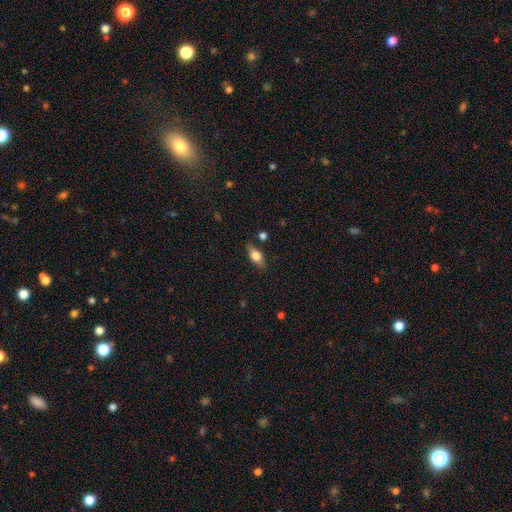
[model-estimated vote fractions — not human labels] The model was most divided on "smooth or featured": smooth: 65%, featured or disk: 27%, star or artifact: 7%. More confident: merging — none (80%); how rounded — in between (78%).